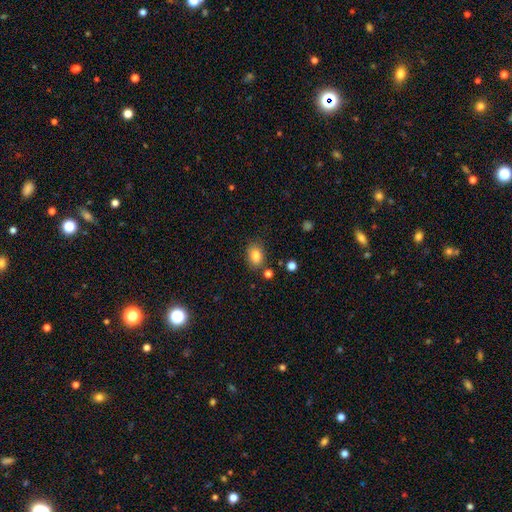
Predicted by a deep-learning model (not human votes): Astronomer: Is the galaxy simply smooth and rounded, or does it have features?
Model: smooth — 84%.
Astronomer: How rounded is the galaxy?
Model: in between — 78%.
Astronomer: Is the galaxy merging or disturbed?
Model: none — 79%.